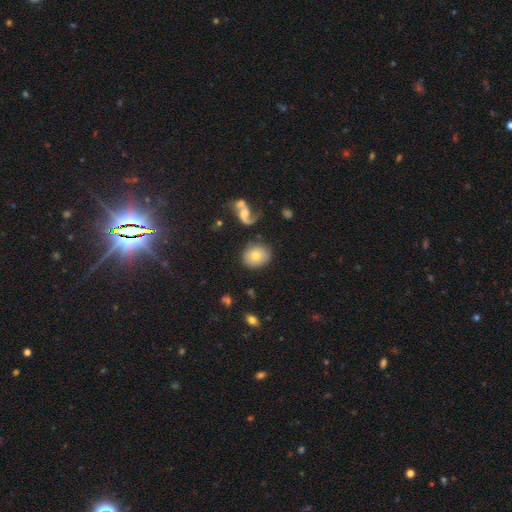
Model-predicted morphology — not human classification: Q: Smooth or featured?
A: smooth (65%); runner-up: featured or disk (26%)
Q: How rounded?
A: round (66%); runner-up: in between (33%)
Q: Merging?
A: none (77%); runner-up: minor disturbance (12%)